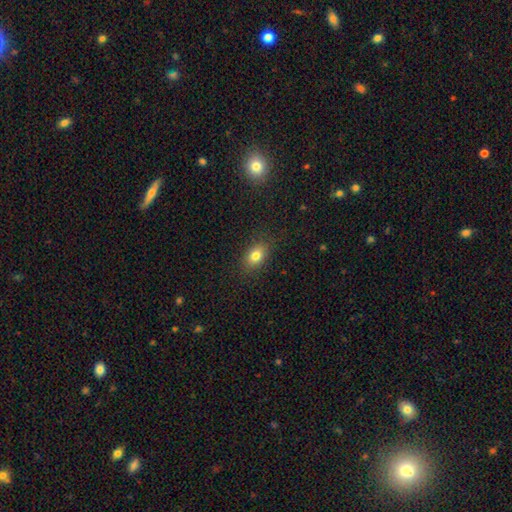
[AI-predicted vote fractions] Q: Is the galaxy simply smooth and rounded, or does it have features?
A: smooth — 80%.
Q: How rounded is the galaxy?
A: in between — 79%.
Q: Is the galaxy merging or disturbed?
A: none — 85%.